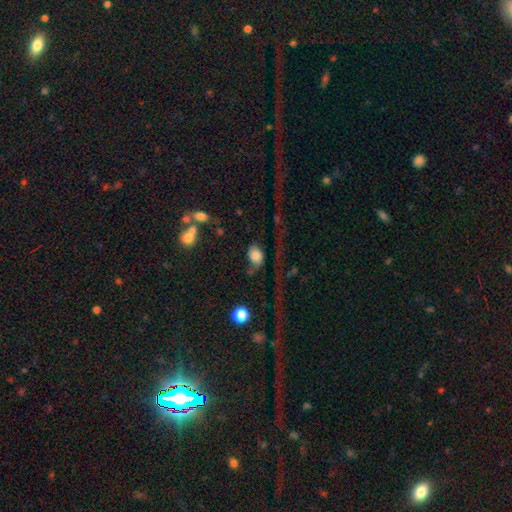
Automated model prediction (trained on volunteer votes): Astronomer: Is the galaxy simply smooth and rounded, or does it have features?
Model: smooth — 67%.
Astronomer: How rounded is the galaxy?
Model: in between — 59% (runner-up: round, 39%).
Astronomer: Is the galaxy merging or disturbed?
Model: none — 39% (runner-up: major disturbance, 30%).